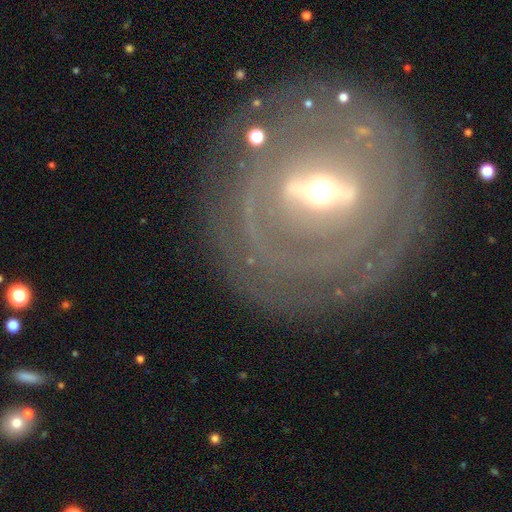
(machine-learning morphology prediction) The model was most divided on "spiral arms": yes: 58%, no: 42%. More confident: edge-on disk — no (89%); smooth or featured — featured or disk (81%); merging — none (80%); bulge size — moderate (56%); bar — strong (52%).